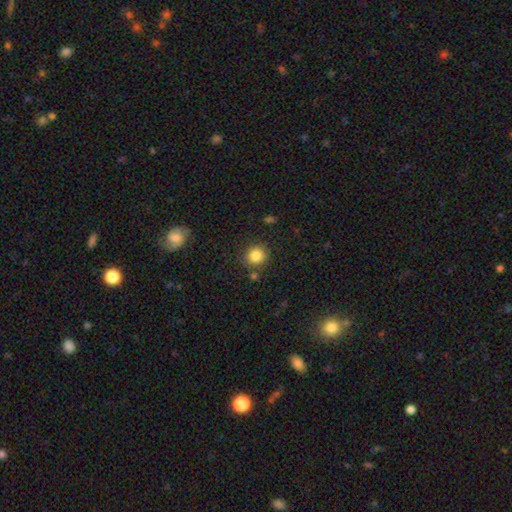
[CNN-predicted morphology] smooth 84%, star or artifact 11%, featured or disk 5%. Down the decision tree: how rounded — round (90%); merging — none (84%).